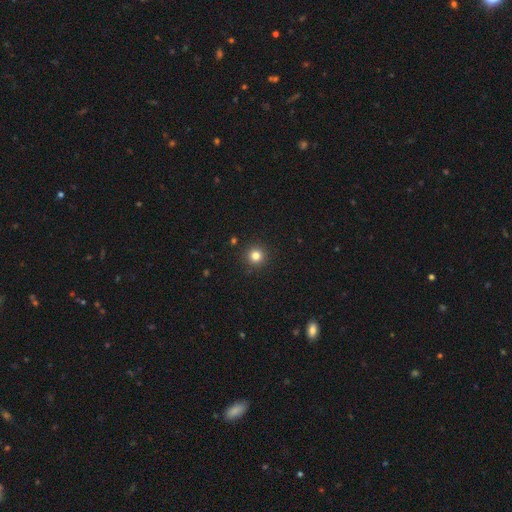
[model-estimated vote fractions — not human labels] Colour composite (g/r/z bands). It shows a smooth galaxy with no disk features (82%) that is round (95%). Merging: none (92%).